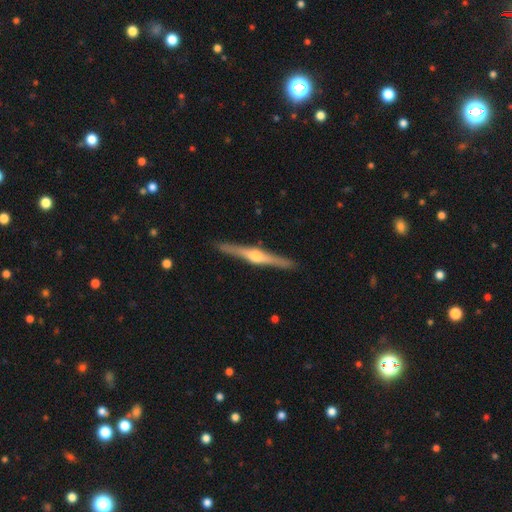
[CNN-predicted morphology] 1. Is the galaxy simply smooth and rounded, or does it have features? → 80% featured or disk, 15% smooth, 5% star or artifact.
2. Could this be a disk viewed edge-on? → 98% yes, 2% no.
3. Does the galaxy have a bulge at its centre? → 91% rounded, 5% boxy, 4% none.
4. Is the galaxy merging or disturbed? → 92% none, 6% minor disturbance, 1% major disturbance, 1% merger.